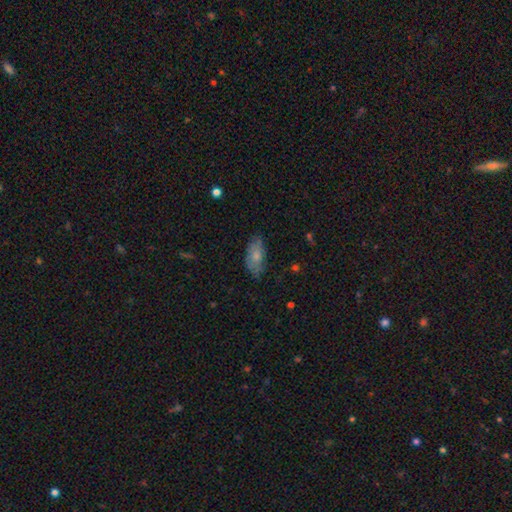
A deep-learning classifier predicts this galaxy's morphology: Smooth or featured?
  - smooth: 70% *
  - featured or disk: 23%
  - star or artifact: 7%
How rounded?
  - in between: 89% *
  - cigar-shaped: 8%
  - round: 3%
Merging?
  - none: 67% *
  - minor disturbance: 25%
  - major disturbance: 6%
  - merger: 2%